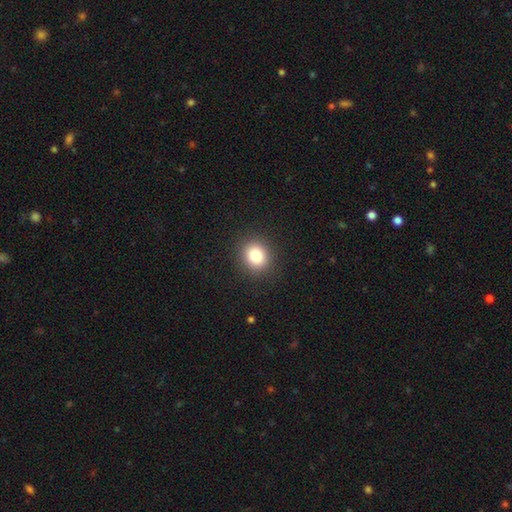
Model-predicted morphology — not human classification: smooth_or_featured: smooth (p=0.85) [alt: star or artifact p=0.10]
how_rounded: round (p=0.74) [alt: in between p=0.25]
merging: none (p=0.89) [alt: minor disturbance p=0.07]